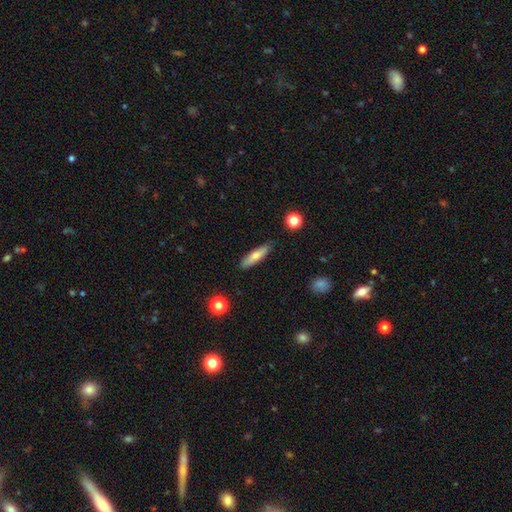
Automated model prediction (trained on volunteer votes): Morphology: type=smooth (68%); roundness=cigar-shaped (72%); merging=none (85%).